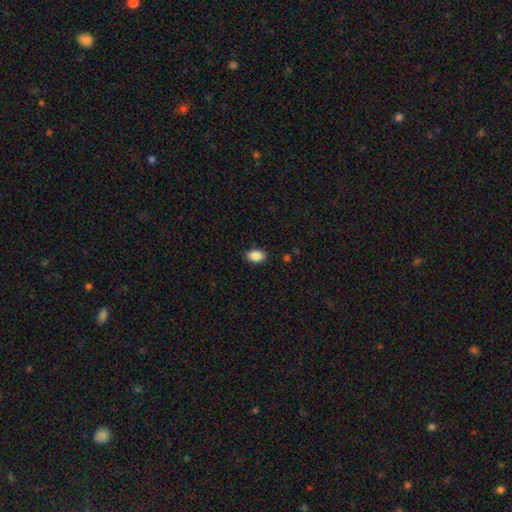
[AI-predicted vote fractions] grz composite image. It shows a smooth galaxy with no disk features (88%) that is in between round and cigar-shaped (91%). Merging: none (88%).